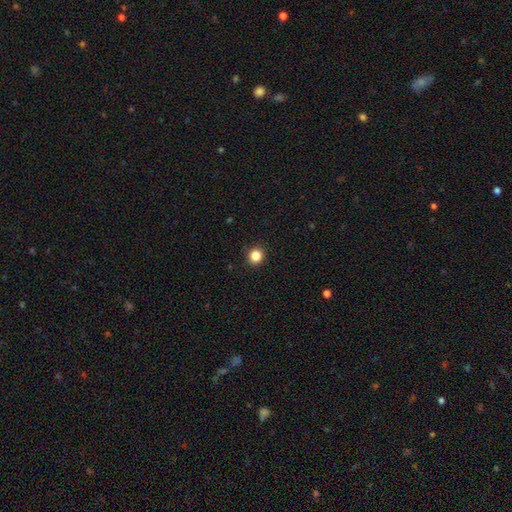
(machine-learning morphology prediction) Smooth or featured: smooth — 85% (star or artifact — 12%)
How rounded: round — 91% (in between — 8%)
Merging: none — 92% (minor disturbance — 5%)